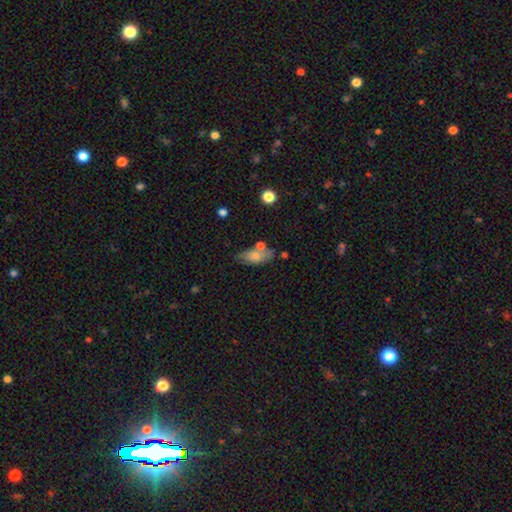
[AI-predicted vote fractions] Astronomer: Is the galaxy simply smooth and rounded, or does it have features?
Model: smooth — 71%.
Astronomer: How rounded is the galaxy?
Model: in between — 84%.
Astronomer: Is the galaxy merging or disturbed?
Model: none — 58%.